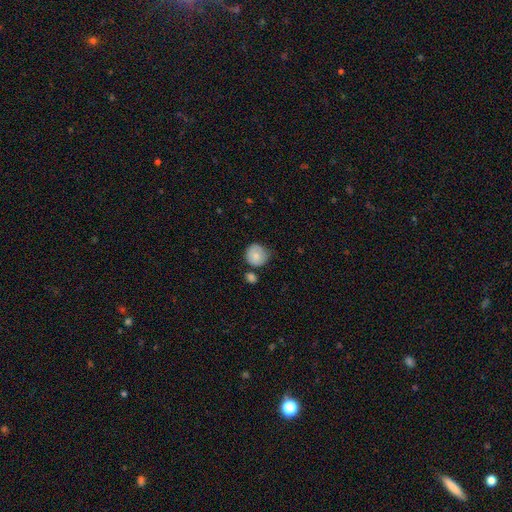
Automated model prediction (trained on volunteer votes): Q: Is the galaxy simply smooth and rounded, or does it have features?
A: smooth — 78%.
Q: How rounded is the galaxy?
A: round — 87%.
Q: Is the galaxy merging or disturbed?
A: none — 59%.